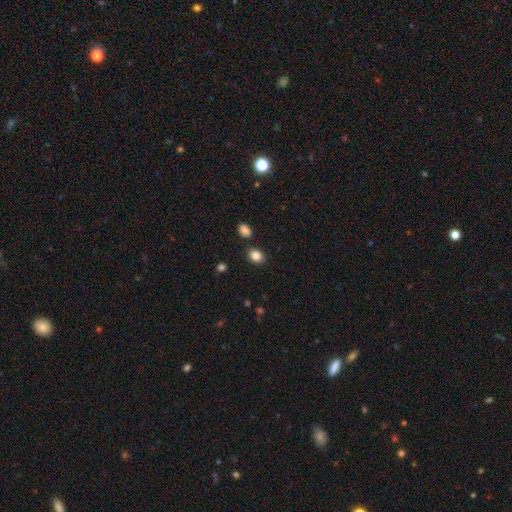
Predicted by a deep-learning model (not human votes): Overall: smooth (85%). How rounded: in between (61%; round 38%). Merging: none (84%).